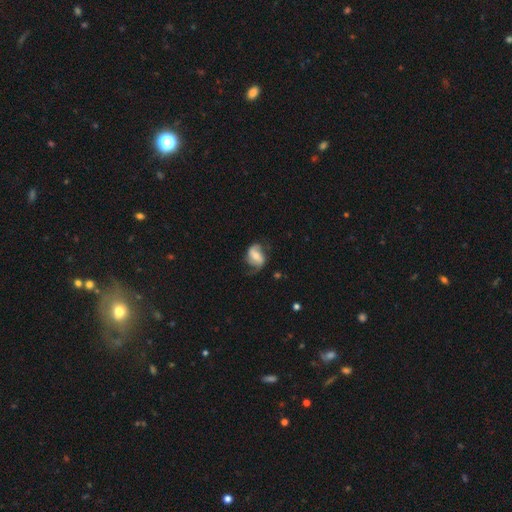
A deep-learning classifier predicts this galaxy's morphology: Smooth or featured: featured or disk — 69% (smooth — 24%)
Edge-on disk: no — 97% (yes — 3%)
Bar: weak — 40% (strong — 34%)
Spiral arms: yes — 89% (no — 11%)
Spiral winding: loose — 47% (medium — 38%)
Spiral arm count: 2 — 83% (can't tell — 7%)
Bulge size: moderate — 51% (small — 36%)
Merging: none — 59% (minor disturbance — 23%)